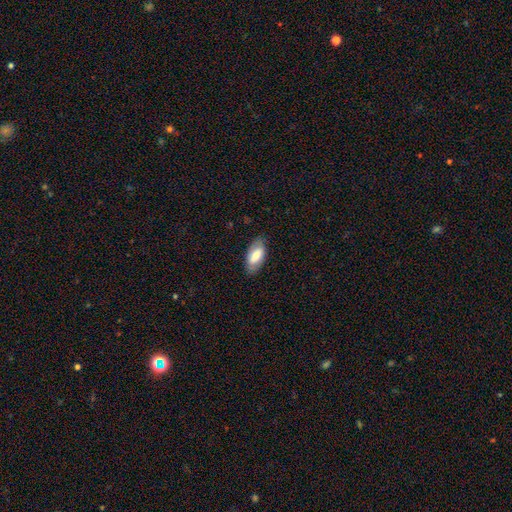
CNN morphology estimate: The model was most divided on "smooth or featured": smooth: 64%, featured or disk: 30%, star or artifact: 6%. More confident: how rounded — in between (91%); merging — none (82%).